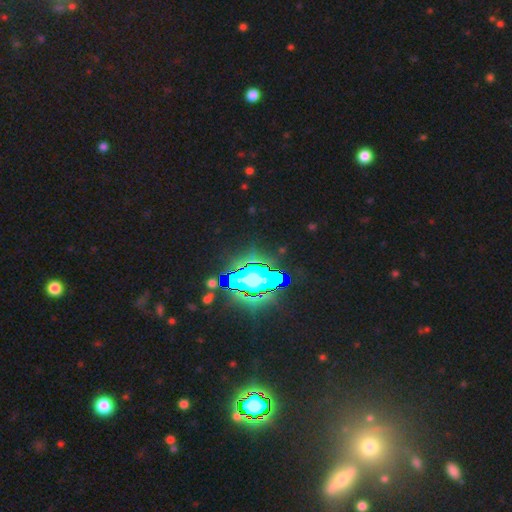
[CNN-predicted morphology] Overall: star or artifact (72%).